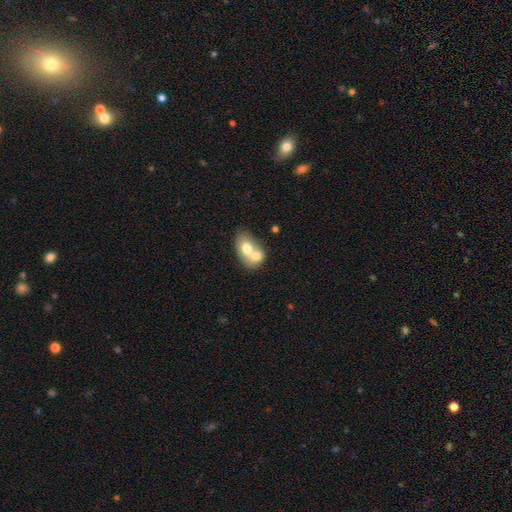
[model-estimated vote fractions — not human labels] smooth_or_featured: smooth (p=0.67) [alt: featured or disk p=0.25]
how_rounded: in between (p=0.70) [alt: round p=0.29]
merging: merger (p=0.71) [alt: none p=0.20]